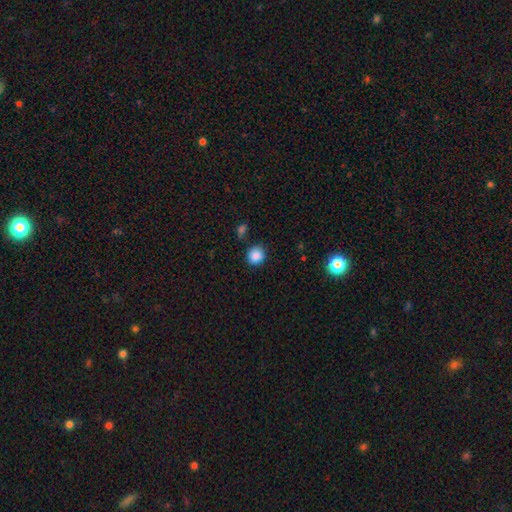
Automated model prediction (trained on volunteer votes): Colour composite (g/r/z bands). It shows a smooth galaxy with no disk features (85%) that is round (86%). Merging: none (84%).